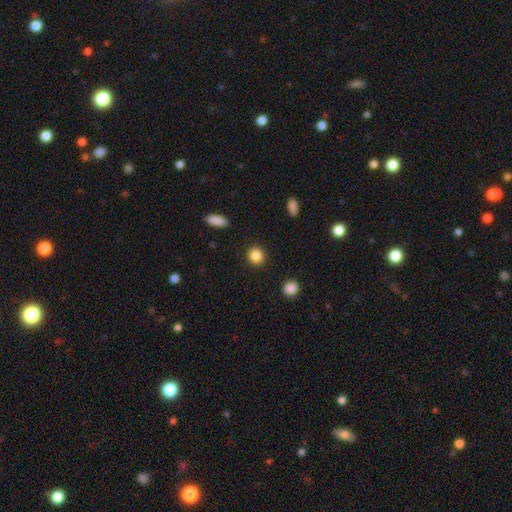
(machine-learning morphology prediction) The model was most divided on "smooth or featured": smooth: 86%, star or artifact: 10%, featured or disk: 4%. More confident: merging — none (91%); how rounded — round (88%).